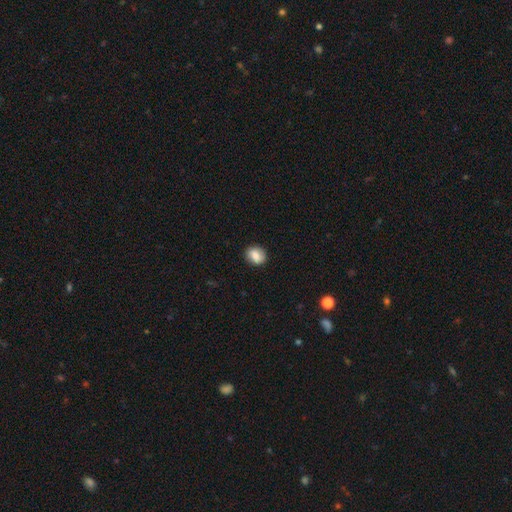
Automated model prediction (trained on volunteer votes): Morphology: type=smooth (81%); roundness=round (58%); merging=none (87%).